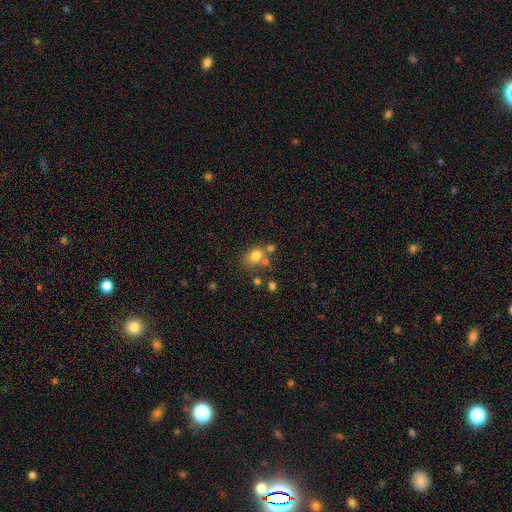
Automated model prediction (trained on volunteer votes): This appears to be a smooth galaxy with no disk features (76%) that is round (53%). Merging: none (55%).